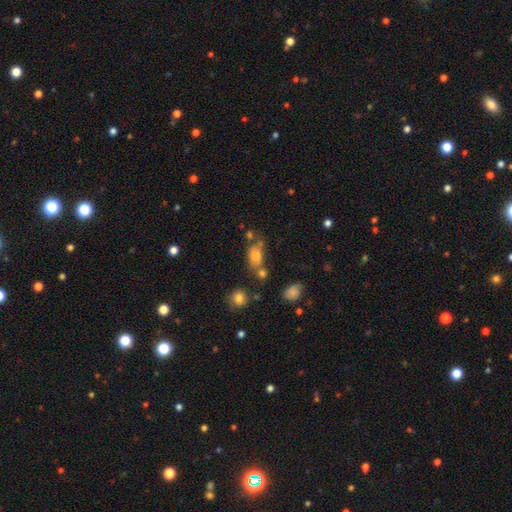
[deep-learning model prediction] The model was most divided on "merging": none: 46%, merger: 25%, minor disturbance: 19%, major disturbance: 10%. More confident: how rounded — in between (80%); smooth or featured — smooth (77%).